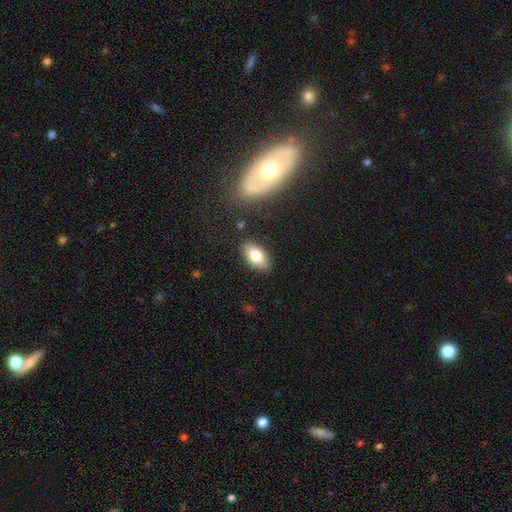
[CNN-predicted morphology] smooth-or-featured: smooth: 78% | featured or disk: 14% | star or artifact: 7%
  how-rounded: in between: 91% | cigar-shaped: 5% | round: 4%
  merging: none: 86% | minor disturbance: 10% | major disturbance: 2% | merger: 2%